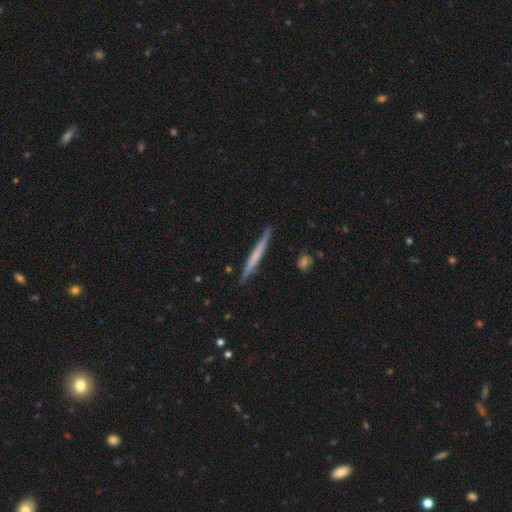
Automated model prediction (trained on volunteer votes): The model was most divided on "smooth or featured" (2-way tie): smooth: 47%, featured or disk: 47%, star or artifact: 5%. More confident: merging — none (90%).